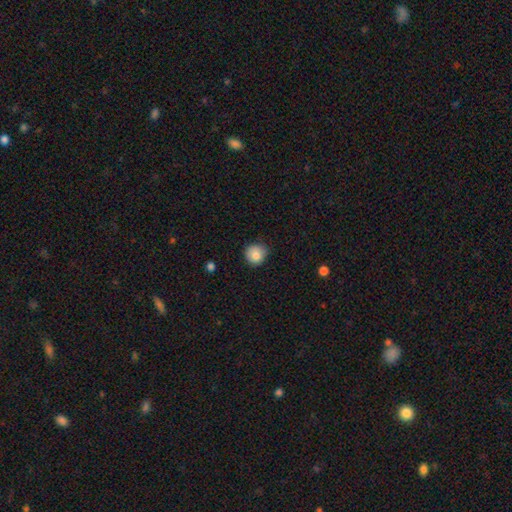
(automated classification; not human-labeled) Smooth or featured: smooth — 84% (star or artifact — 9%)
How rounded: round — 92% (in between — 8%)
Merging: none — 82% (minor disturbance — 15%)